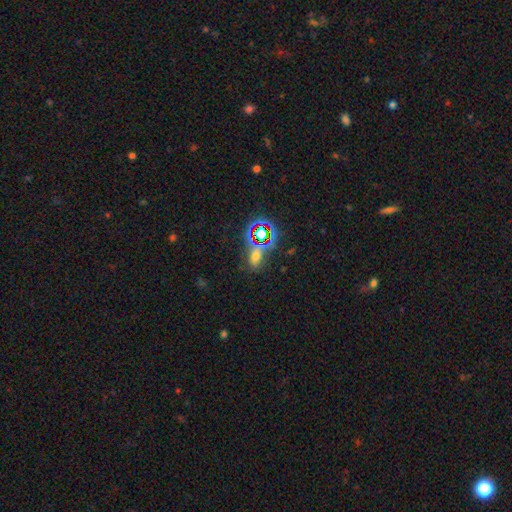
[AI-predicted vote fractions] Q: Smooth or featured?
A: star or artifact (44%); tied with: smooth (44%)